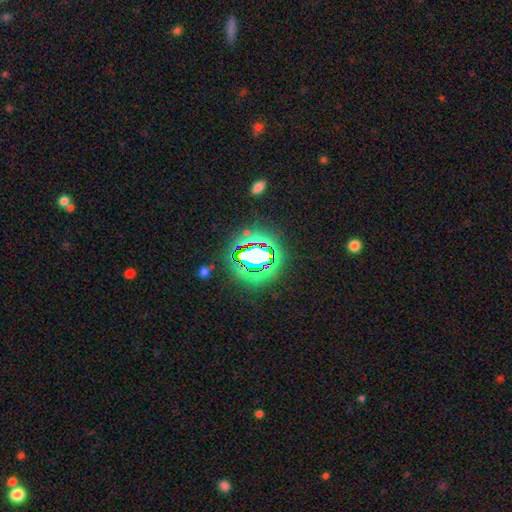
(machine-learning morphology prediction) smooth_or_featured: star or artifact (p=0.63) [alt: smooth p=0.23]